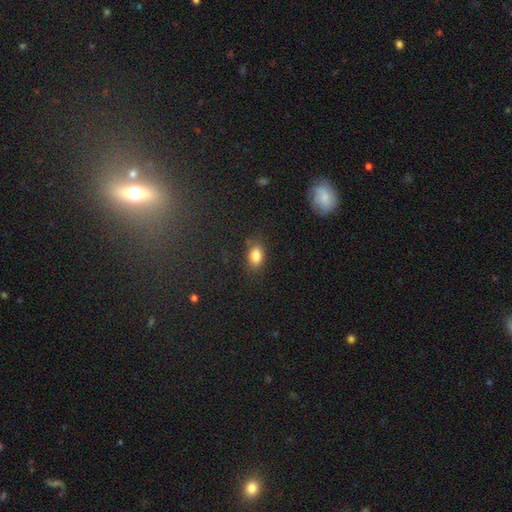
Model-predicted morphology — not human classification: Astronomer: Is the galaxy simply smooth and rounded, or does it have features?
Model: smooth — 84%.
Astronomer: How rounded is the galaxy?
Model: in between — 88%.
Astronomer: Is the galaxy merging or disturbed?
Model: none — 80%.